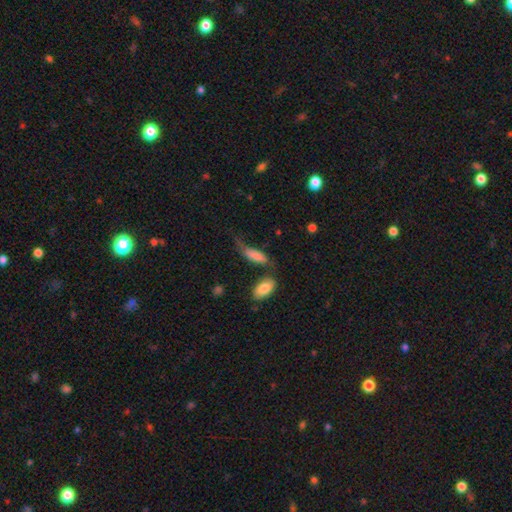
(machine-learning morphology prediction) smooth-or-featured: smooth: 78% | featured or disk: 15% | star or artifact: 8%
  how-rounded: in between: 67% | cigar-shaped: 30% | round: 3%
  merging: none: 35% | minor disturbance: 29% | major disturbance: 23% | merger: 13%